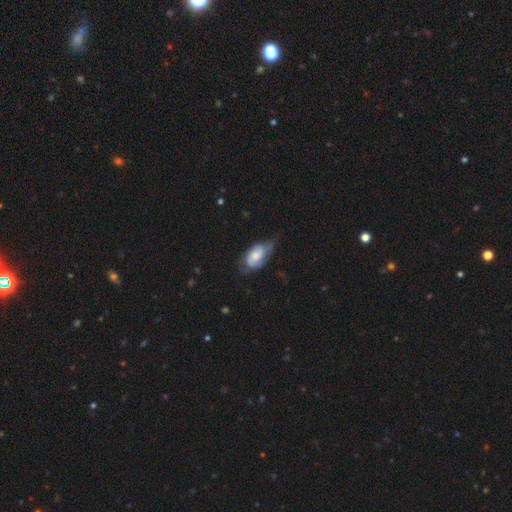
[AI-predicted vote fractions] Morphology: type=featured or disk (50%); merging=none (43%).